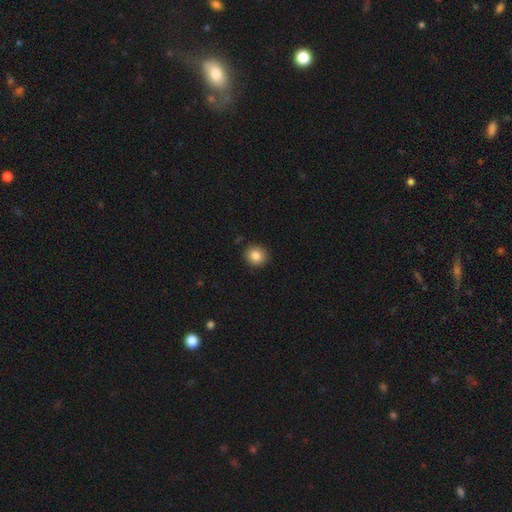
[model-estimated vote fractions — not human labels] This is clearly a smooth galaxy (85%). How rounded: clearly round (86%). Merging: clearly none (90%).